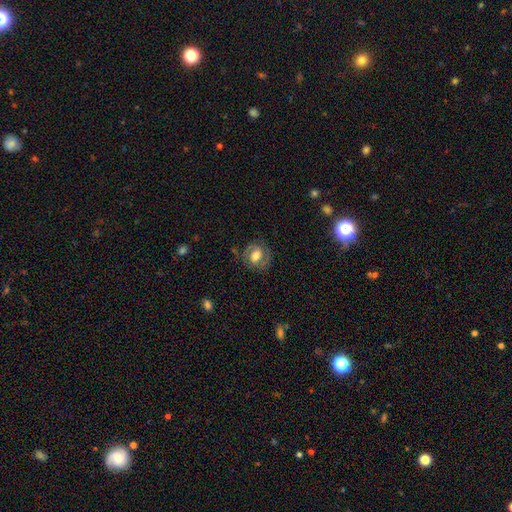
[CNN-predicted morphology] Overall: smooth (49%; featured or disk 43%). Merging: none (73%).